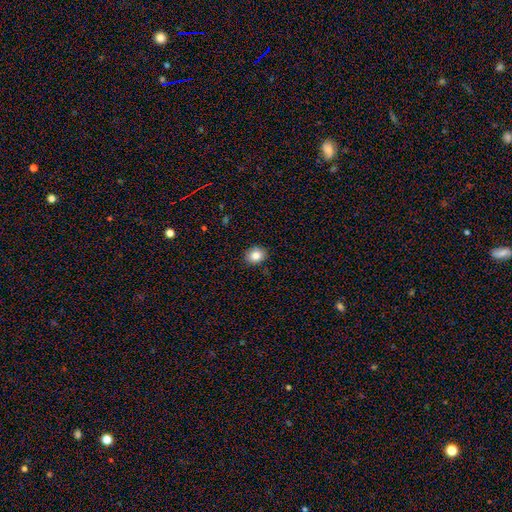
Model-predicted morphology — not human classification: This appears to be a smooth galaxy with no disk features (84%) that is round (52%). Merging: none (88%).